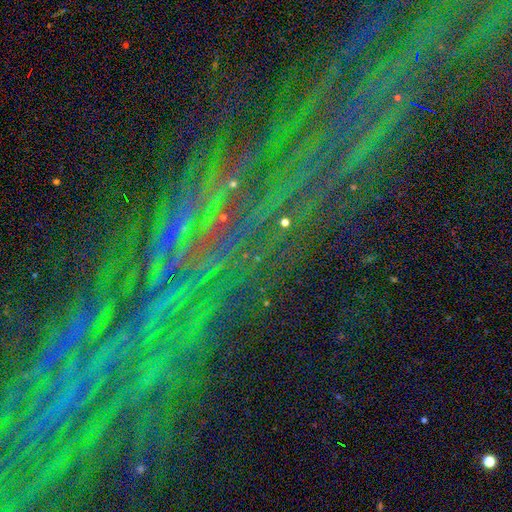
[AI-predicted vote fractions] The model was most divided on "smooth or featured": star or artifact: 81%, featured or disk: 11%, smooth: 8%.